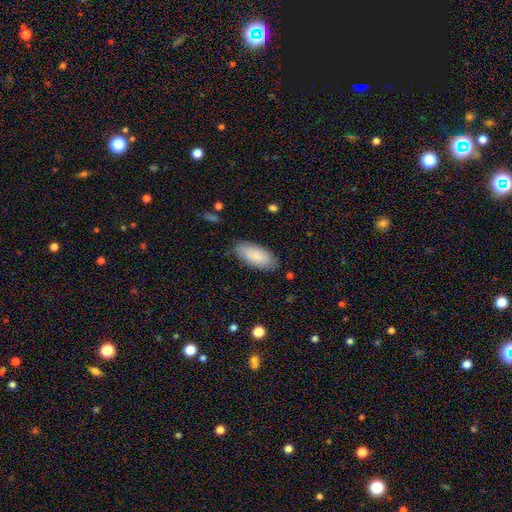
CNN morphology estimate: This appears to be a smooth galaxy with no disk features (85%) that is in between round and cigar-shaped (87%). Merging: none (84%).